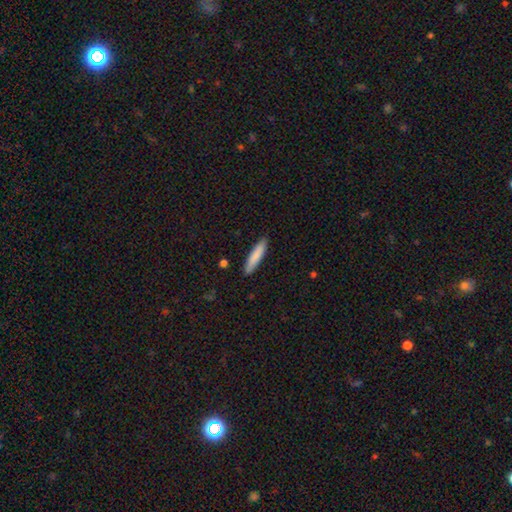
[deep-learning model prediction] This appears to be a smooth galaxy with no disk features (84%) that is cigar-shaped (86%). Merging: none (89%).